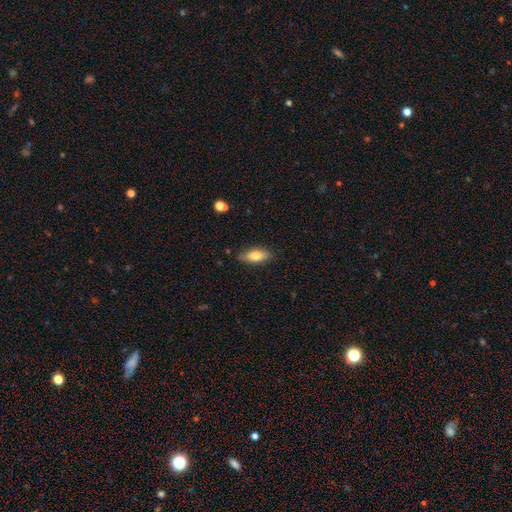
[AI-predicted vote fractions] smooth 73%, featured or disk 20%, star or artifact 7%. Down the decision tree: how rounded — in between (78%); merging — none (84%).